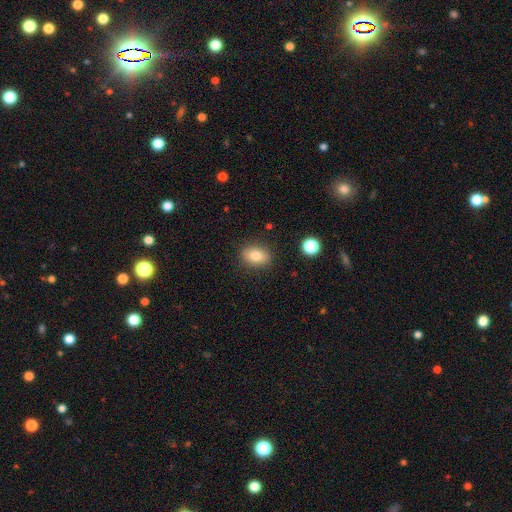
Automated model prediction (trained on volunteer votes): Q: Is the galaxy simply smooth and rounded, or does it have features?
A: smooth — 81%.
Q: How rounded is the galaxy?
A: in between — 78%.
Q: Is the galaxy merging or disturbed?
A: none — 85%.